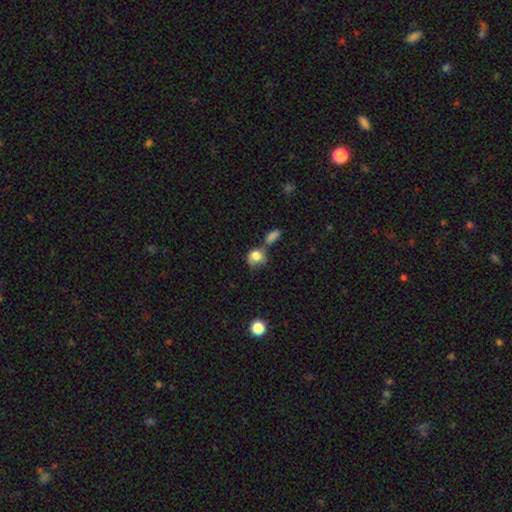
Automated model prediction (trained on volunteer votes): Q: Smooth or featured?
A: smooth (76%); runner-up: featured or disk (15%)
Q: How rounded?
A: round (62%); runner-up: in between (37%)
Q: Merging?
A: merger (34%); runner-up: none (33%)